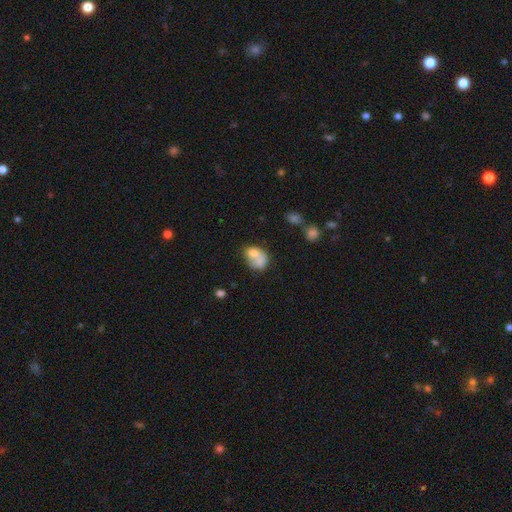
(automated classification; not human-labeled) Smooth or featured? smooth (68%)
How rounded? in between (60%)
Merging? merger (55%)